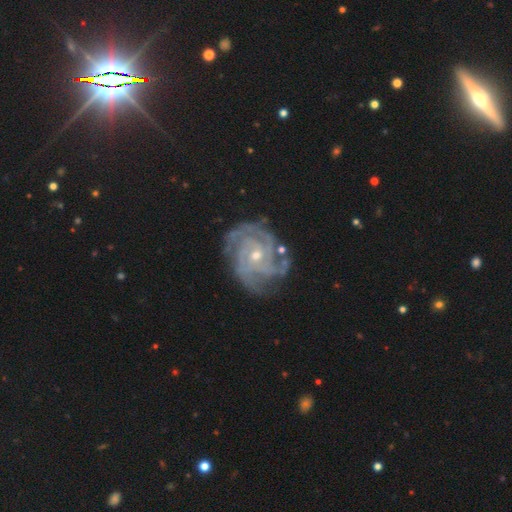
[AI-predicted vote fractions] Smooth or featured? Predicted: featured or disk (p=0.91). Edge-on disk? Predicted: no (p=0.98). Bar? Predicted: no (p=0.67). Spiral arms? Predicted: yes (p=0.98). Spiral winding? Predicted: tight (p=0.70). Spiral arm count? Predicted: 4 (p=0.29). Bulge size? Predicted: small (p=0.55). Merging? Predicted: none (p=0.71).